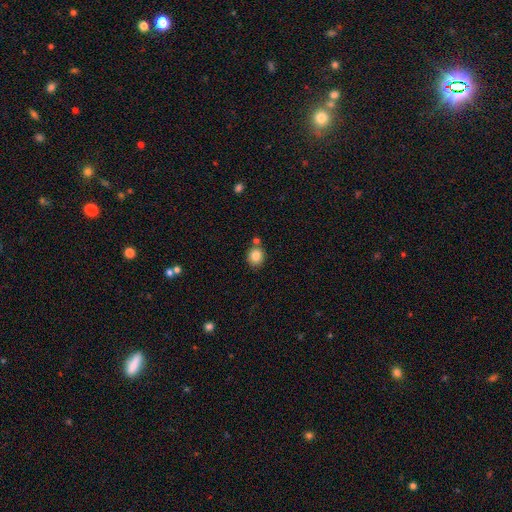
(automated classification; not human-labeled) Q: Smooth or featured?
A: smooth (84%); runner-up: star or artifact (9%)
Q: How rounded?
A: round (73%); runner-up: in between (26%)
Q: Merging?
A: none (73%); runner-up: merger (13%)